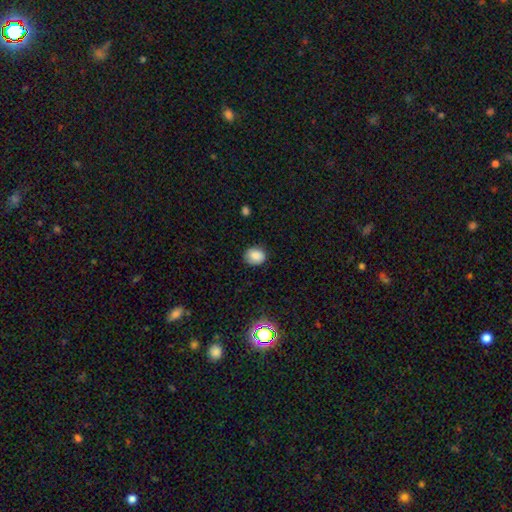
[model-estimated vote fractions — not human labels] This appears to be a smooth galaxy with no disk features (83%) that is round (62%). Merging: none (80%).